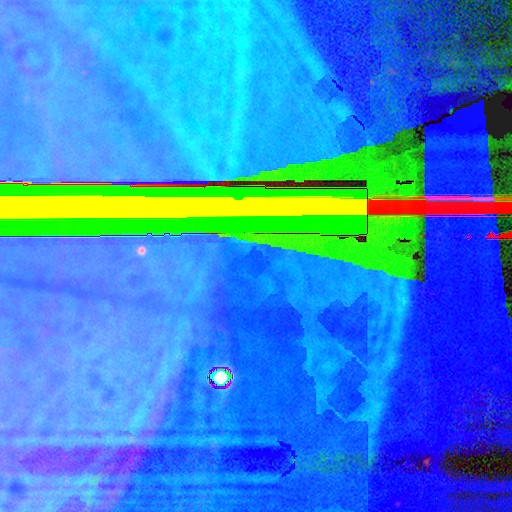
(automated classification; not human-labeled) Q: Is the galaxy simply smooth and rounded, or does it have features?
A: star or artifact — 85%.